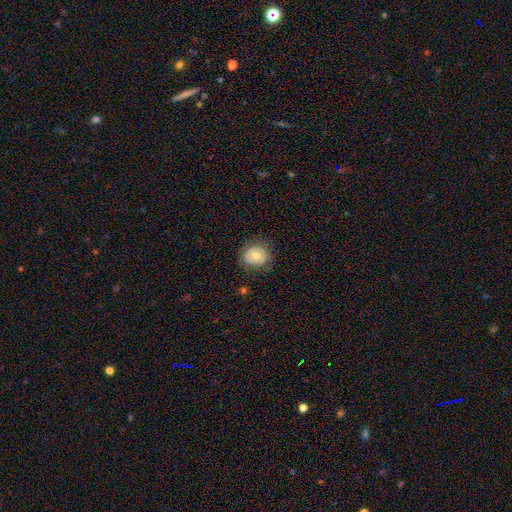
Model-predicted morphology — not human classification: smooth_or_featured: smooth (p=0.68) [alt: featured or disk p=0.24]
how_rounded: round (p=0.77) [alt: in between p=0.22]
merging: none (p=0.78) [alt: minor disturbance p=0.16]